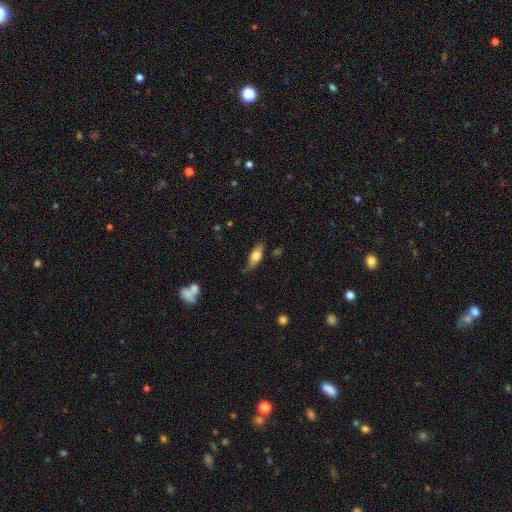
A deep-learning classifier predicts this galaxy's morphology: A smooth galaxy with no disk features (64%) that is in between round and cigar-shaped (68%). Merging: none (65%).